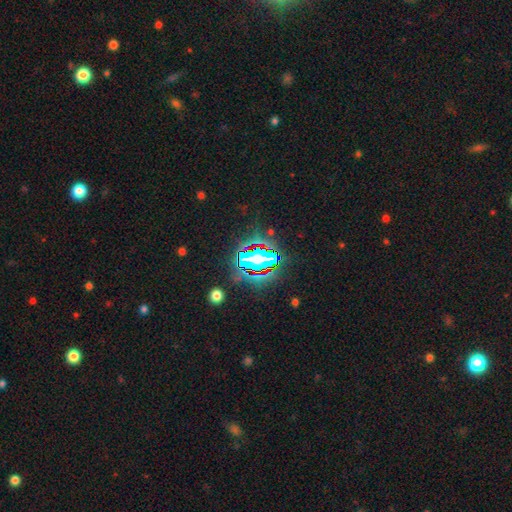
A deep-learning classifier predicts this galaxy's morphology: This appears to be a star or artifact, not a galaxy (80%).